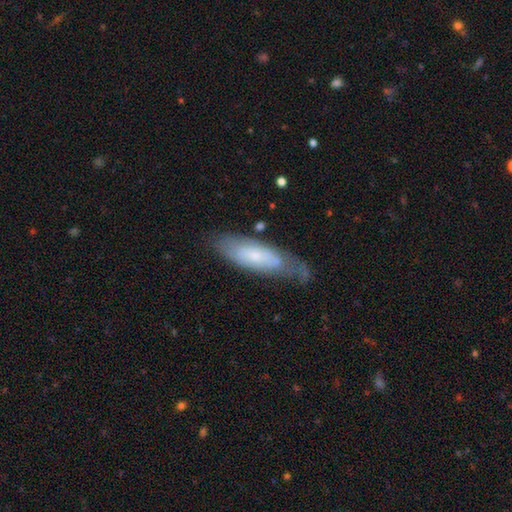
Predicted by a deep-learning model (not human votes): Smooth or featured? Predicted: smooth (p=0.51). How rounded? Predicted: in between (p=0.54). Merging? Predicted: none (p=0.53).